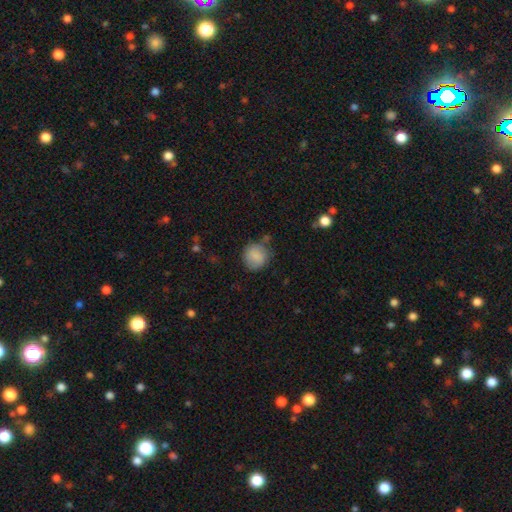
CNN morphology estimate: smooth-or-featured: smooth: 80% | featured or disk: 12% | star or artifact: 8%
  how-rounded: round: 87% | in between: 12% | cigar-shaped: 1%
  merging: none: 72% | minor disturbance: 19% | major disturbance: 5% | merger: 4%